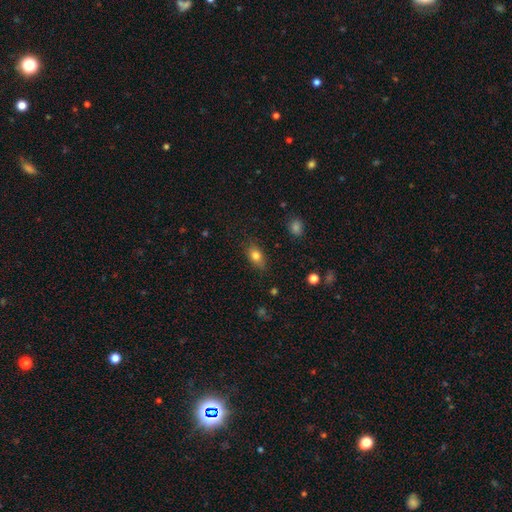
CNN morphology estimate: smooth-or-featured: smooth: 79% | featured or disk: 12% | star or artifact: 10%
  how-rounded: in between: 77% | round: 18% | cigar-shaped: 5%
  merging: none: 77% | minor disturbance: 17% | major disturbance: 4% | merger: 1%